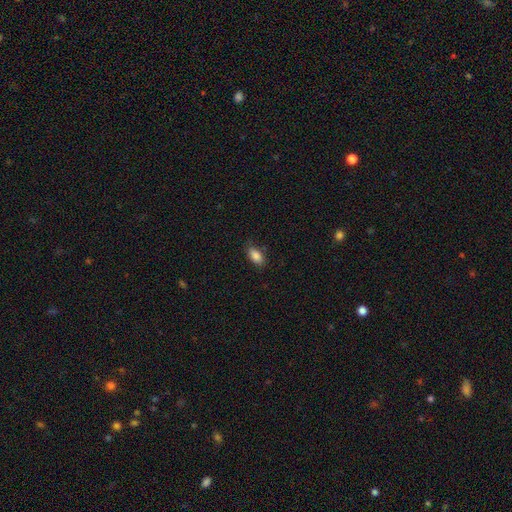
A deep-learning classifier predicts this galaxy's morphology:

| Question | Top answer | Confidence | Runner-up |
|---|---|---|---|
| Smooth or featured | smooth | 87% | star or artifact (8%) |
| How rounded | in between | 92% | cigar-shaped (4%) |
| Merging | none | 81% | minor disturbance (14%) |